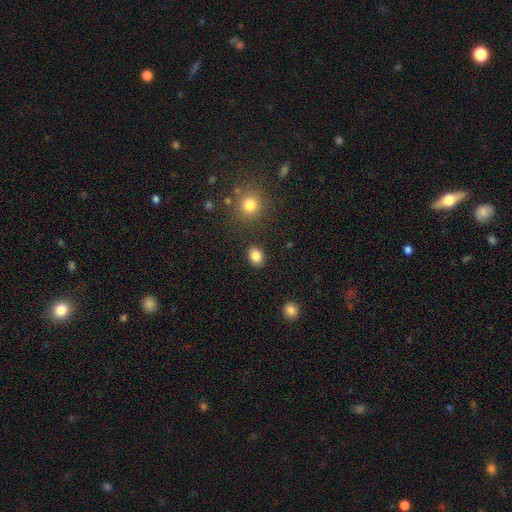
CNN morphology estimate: Smooth or featured: smooth — 85% (star or artifact — 10%)
How rounded: in between — 59% (round — 40%)
Merging: none — 86% (minor disturbance — 8%)